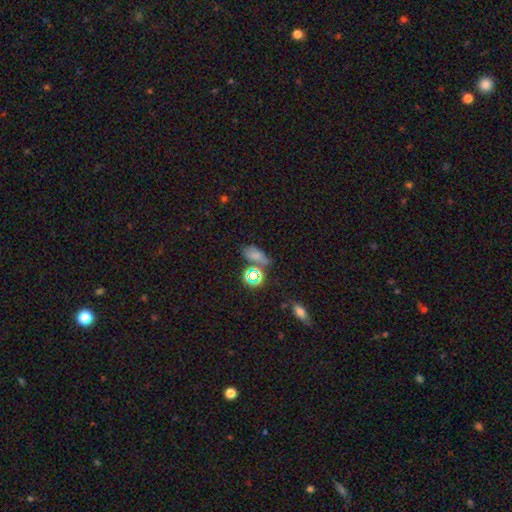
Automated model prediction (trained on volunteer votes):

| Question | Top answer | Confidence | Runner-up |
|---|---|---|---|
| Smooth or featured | smooth | 56% | star or artifact (34%) |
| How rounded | in between | 80% | round (15%) |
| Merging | none | 53% | minor disturbance (21%) |